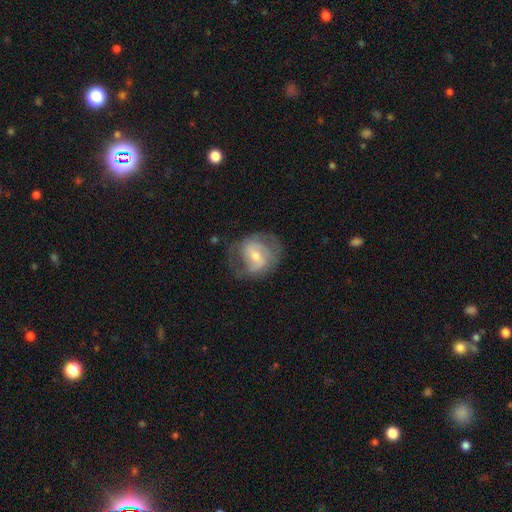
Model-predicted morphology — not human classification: featured or disk 67%, smooth 26%, star or artifact 6%. Down the decision tree: edge-on disk — no (97%); bar — weak (46%); spiral arms — yes (81%); spiral arm count — 2 (70%); spiral winding — medium (47%); bulge size — moderate (52%); merging — none (59%).